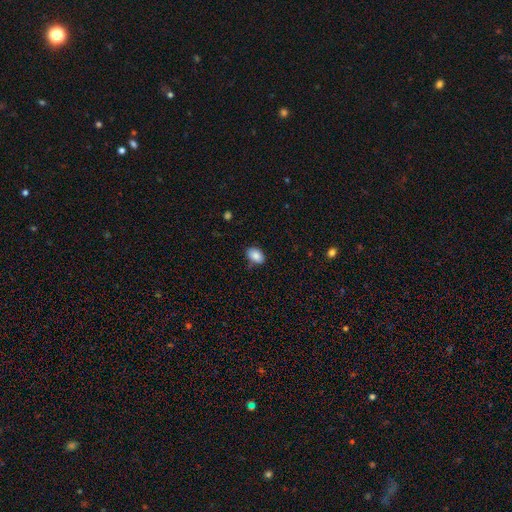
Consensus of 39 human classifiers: Smooth or featured? 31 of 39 (79%) said smooth. How rounded? 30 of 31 (97%) said in between. Merging? 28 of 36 (78%) said none.